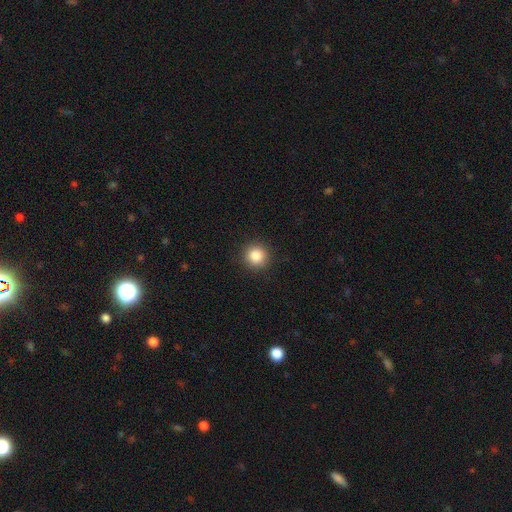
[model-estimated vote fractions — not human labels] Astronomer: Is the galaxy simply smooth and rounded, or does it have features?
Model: smooth — 85%.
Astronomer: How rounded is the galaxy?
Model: round — 94%.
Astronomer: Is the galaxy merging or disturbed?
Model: none — 92%.